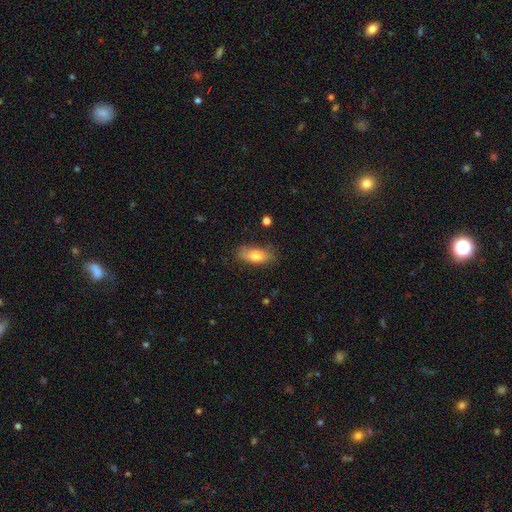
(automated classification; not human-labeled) Smooth or featured? Predicted: smooth (p=0.72). How rounded? Predicted: in between (p=0.82). Merging? Predicted: none (p=0.69).